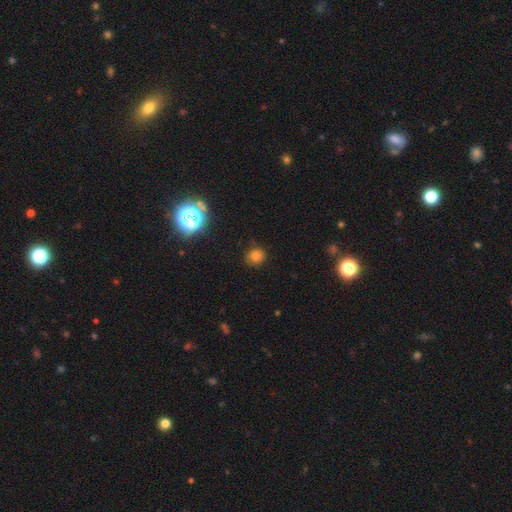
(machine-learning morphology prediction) Overall: smooth (75%). How rounded: round (86%). Merging: none (84%).